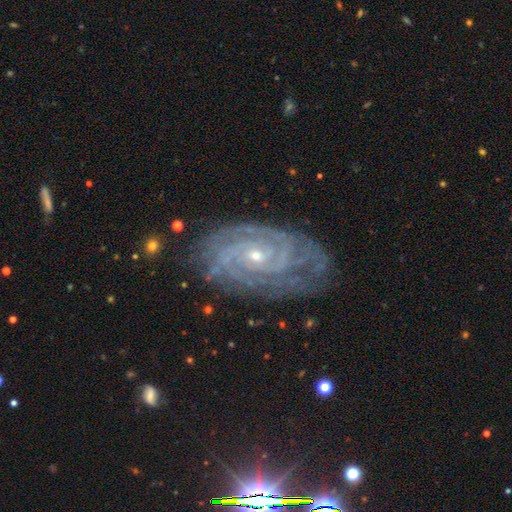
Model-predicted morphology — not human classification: Smooth or featured? Predicted: featured or disk (p=0.88). Edge-on disk? Predicted: no (p=0.96). Bar? Predicted: no (p=0.66). Spiral arms? Predicted: yes (p=0.98). Spiral winding? Predicted: tight (p=0.76). Spiral arm count? Predicted: 2 (p=0.30). Bulge size? Predicted: small (p=0.77). Merging? Predicted: none (p=0.76).